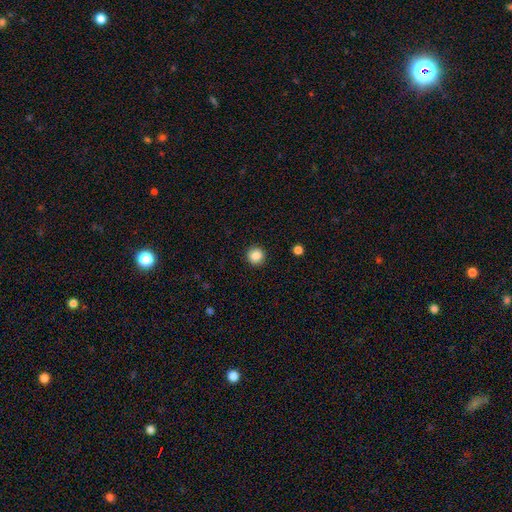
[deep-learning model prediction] Q: Smooth or featured?
A: smooth (87%); runner-up: star or artifact (10%)
Q: How rounded?
A: round (95%); runner-up: in between (4%)
Q: Merging?
A: none (93%); runner-up: minor disturbance (4%)